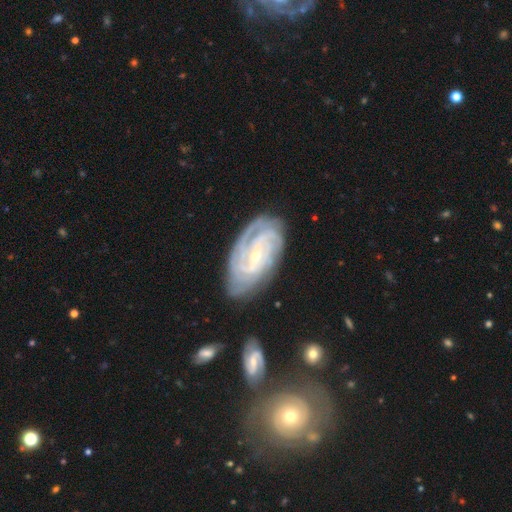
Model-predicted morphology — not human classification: A featured or disk galaxy (87%) with no bar (47%), 4 (26%) tight (73%) spiral arms (98%) and a small central bulge (74%). Merging: none (75%).